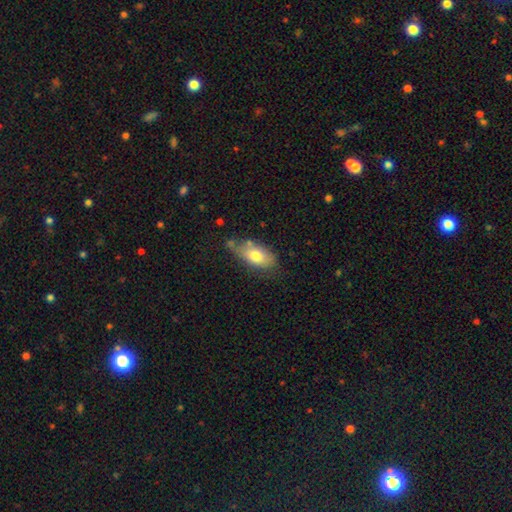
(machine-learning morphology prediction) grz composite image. It shows a smooth galaxy with no disk features (74%) that is in between round and cigar-shaped (89%). Merging: none (54%).